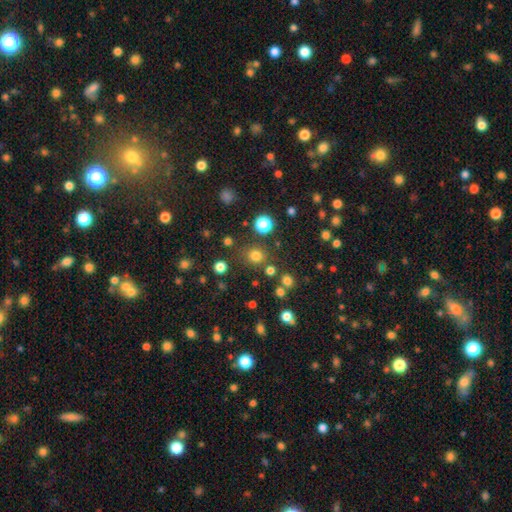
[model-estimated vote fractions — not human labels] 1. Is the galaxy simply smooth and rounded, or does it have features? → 76% smooth, 18% star or artifact, 5% featured or disk.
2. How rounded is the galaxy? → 86% round, 13% in between, 1% cigar-shaped.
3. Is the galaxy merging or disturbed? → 82% none, 9% minor disturbance, 6% merger, 4% major disturbance.